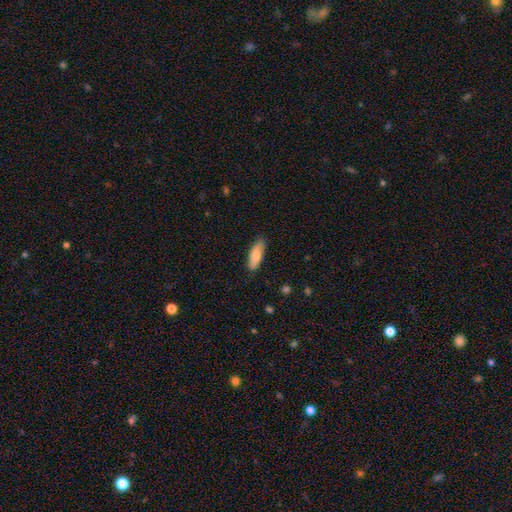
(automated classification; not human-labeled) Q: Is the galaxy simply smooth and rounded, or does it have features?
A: smooth — 81%.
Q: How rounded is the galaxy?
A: in between — 62%.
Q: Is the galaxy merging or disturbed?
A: none — 83%.